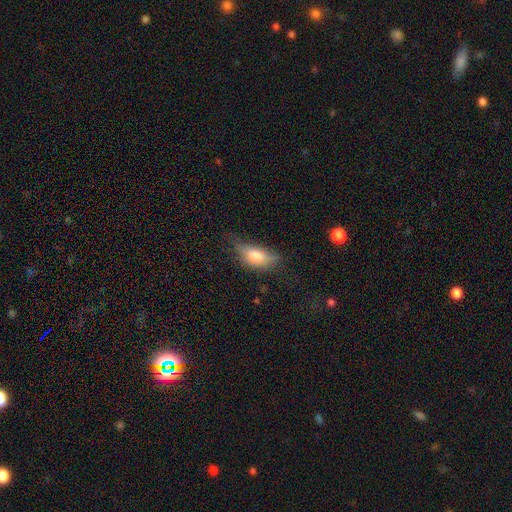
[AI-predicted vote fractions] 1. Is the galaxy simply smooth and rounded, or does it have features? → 75% smooth, 16% featured or disk, 8% star or artifact.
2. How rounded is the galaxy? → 86% in between, 9% cigar-shaped, 5% round.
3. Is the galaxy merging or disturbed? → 40% none, 39% minor disturbance, 19% major disturbance, 2% merger.